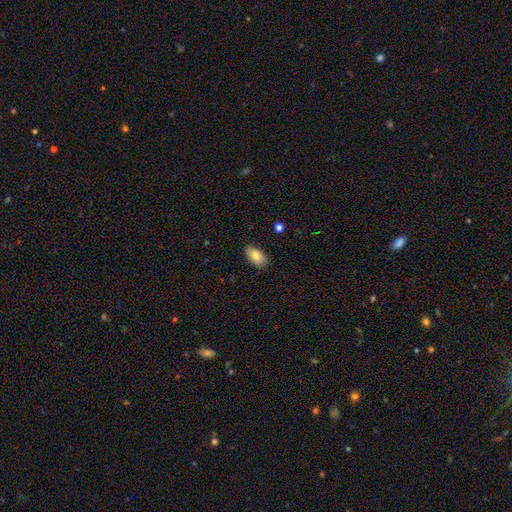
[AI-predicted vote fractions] Smooth or featured? Predicted: smooth (p=0.82). How rounded? Predicted: in between (p=0.93). Merging? Predicted: none (p=0.84).